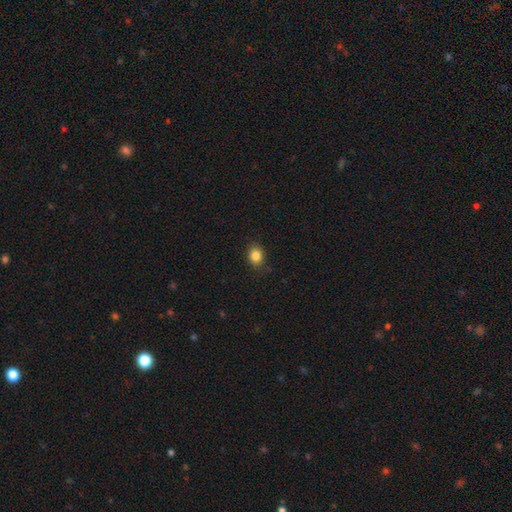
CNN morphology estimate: Smooth or featured? Predicted: smooth (p=0.85). How rounded? Predicted: round (p=0.51). Merging? Predicted: none (p=0.86).